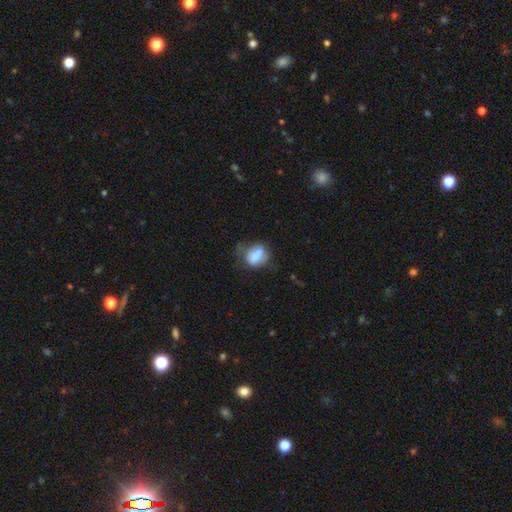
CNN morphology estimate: A smooth galaxy with no disk features (73%) that is in between round and cigar-shaped (64%).

Vote fractions:
- Smooth or featured? smooth: 73% / featured or disk: 18% / star or artifact: 9%
- How rounded? in between: 64% / round: 34% / cigar-shaped: 2%
- Merging? none: 40% / minor disturbance: 32% / major disturbance: 19% / merger: 10%